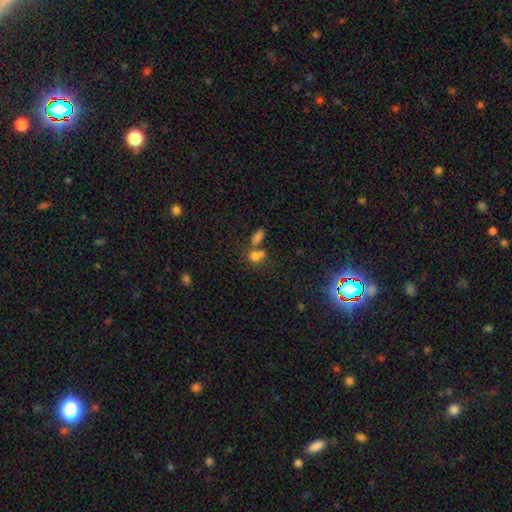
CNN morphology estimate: Smooth or featured: smooth — 73% (star or artifact — 15%)
How rounded: in between — 50% (round — 46%)
Merging: merger — 47% (none — 37%)